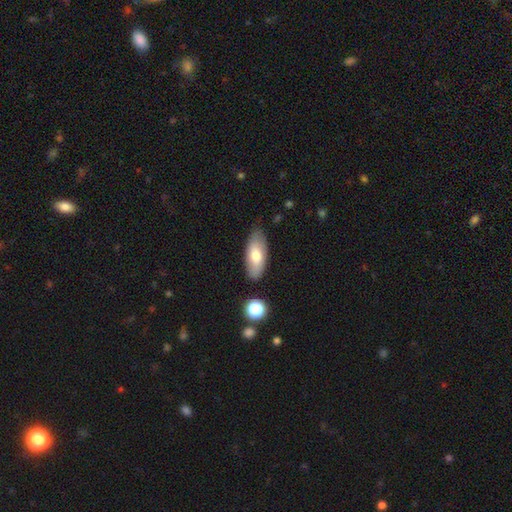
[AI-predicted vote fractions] A smooth galaxy with no disk features (72%) that is in between round and cigar-shaped (86%).

Vote fractions:
- Smooth or featured? smooth: 72% / featured or disk: 22% / star or artifact: 6%
- How rounded? in between: 86% / cigar-shaped: 12% / round: 3%
- Merging? none: 80% / minor disturbance: 15% / major disturbance: 3% / merger: 3%